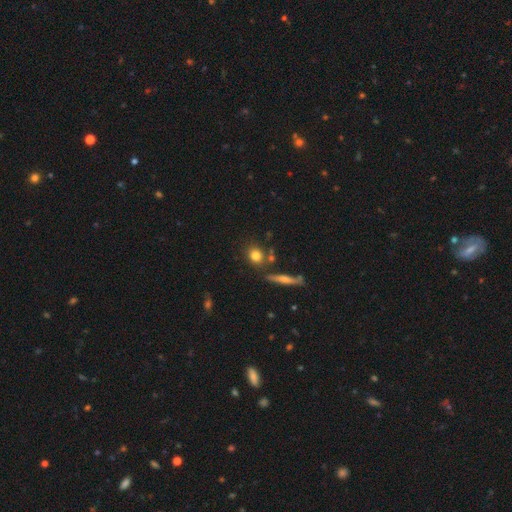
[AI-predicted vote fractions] Smooth or featured? smooth (79%)
How rounded? round (63%)
Merging? none (74%)